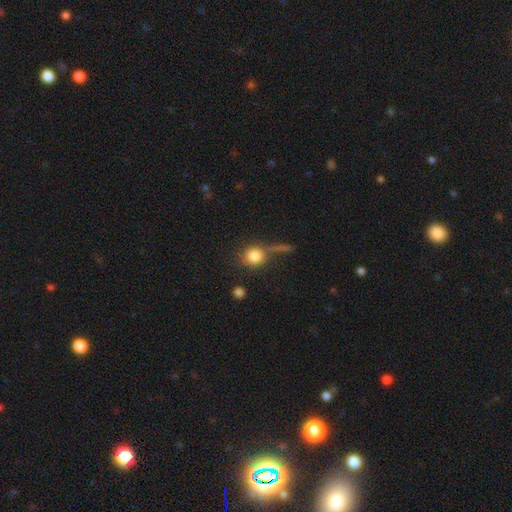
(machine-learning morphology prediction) A smooth galaxy with no disk features (82%) that is round (82%). Merging: none (57%).